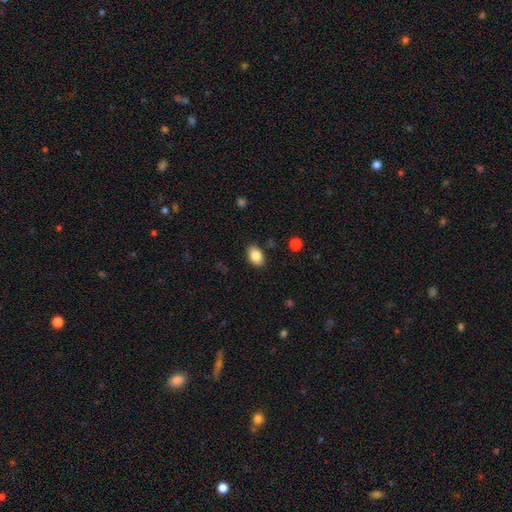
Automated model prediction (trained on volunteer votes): Smooth or featured?
  - smooth: 84% *
  - star or artifact: 8%
  - featured or disk: 8%
How rounded?
  - in between: 87% *
  - round: 12%
  - cigar-shaped: 1%
Merging?
  - none: 87% *
  - minor disturbance: 10%
  - major disturbance: 2%
  - merger: 1%